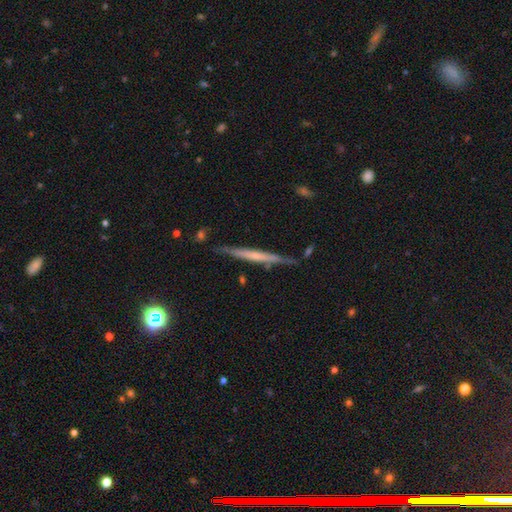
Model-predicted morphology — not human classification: A featured or disk galaxy (61%) viewed edge-on (96%) with no central bulge (62%). Merging: none (80%).